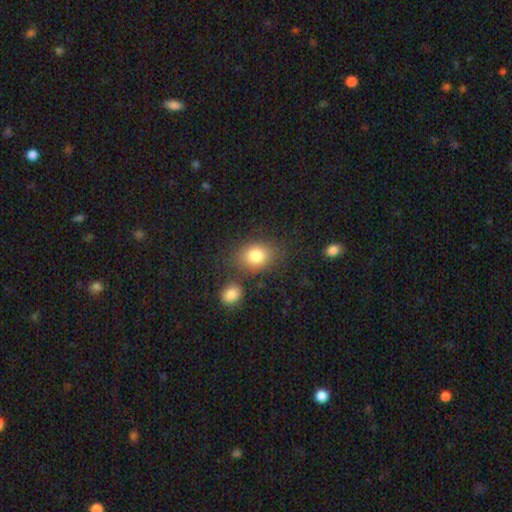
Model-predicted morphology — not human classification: Smooth or featured: smooth — 81% (featured or disk — 10%)
How rounded: in between — 60% (round — 39%)
Merging: none — 70% (minor disturbance — 13%)